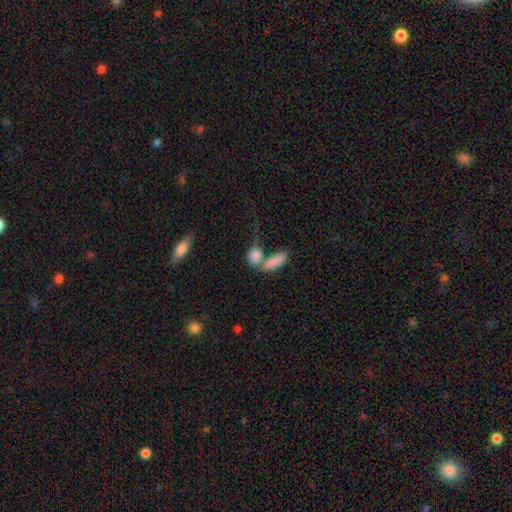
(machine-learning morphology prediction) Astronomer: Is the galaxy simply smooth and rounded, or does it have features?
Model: smooth — 81%.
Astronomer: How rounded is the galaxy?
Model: in between — 68%.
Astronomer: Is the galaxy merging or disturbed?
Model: merger — 52% (runner-up: none, 28%).